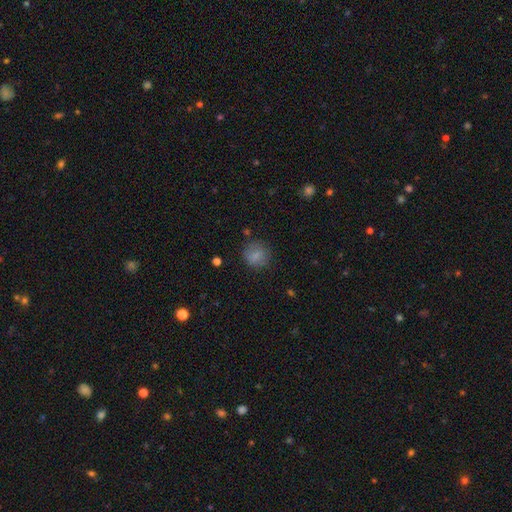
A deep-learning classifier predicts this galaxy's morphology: A smooth galaxy with no disk features (81%) that is round (82%).

Vote fractions:
- Smooth or featured? smooth: 81% / star or artifact: 10% / featured or disk: 9%
- How rounded? round: 82% / in between: 17% / cigar-shaped: 1%
- Merging? none: 76% / minor disturbance: 16% / major disturbance: 6% / merger: 2%